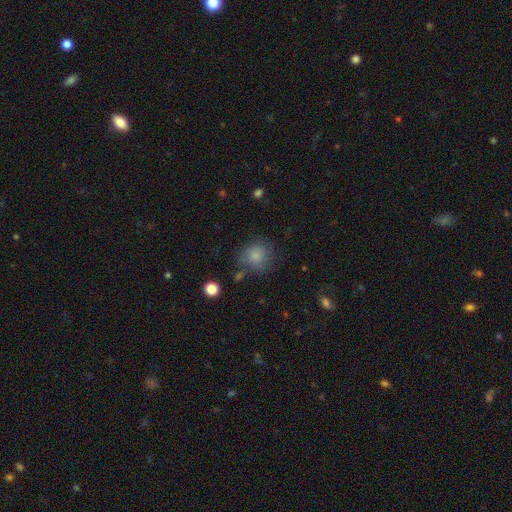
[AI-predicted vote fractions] Smooth or featured?
  - smooth: 82% *
  - star or artifact: 10%
  - featured or disk: 8%
How rounded?
  - round: 85% *
  - in between: 14%
  - cigar-shaped: 1%
Merging?
  - none: 66% *
  - minor disturbance: 20%
  - major disturbance: 9%
  - merger: 5%